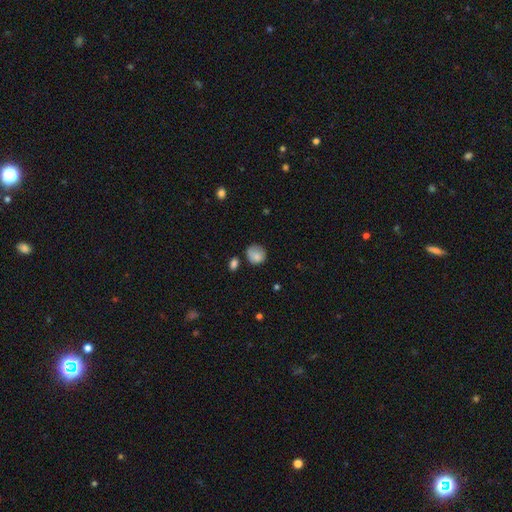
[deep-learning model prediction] Morphology: type=smooth (82%); roundness=round (77%); merging=none (58%).